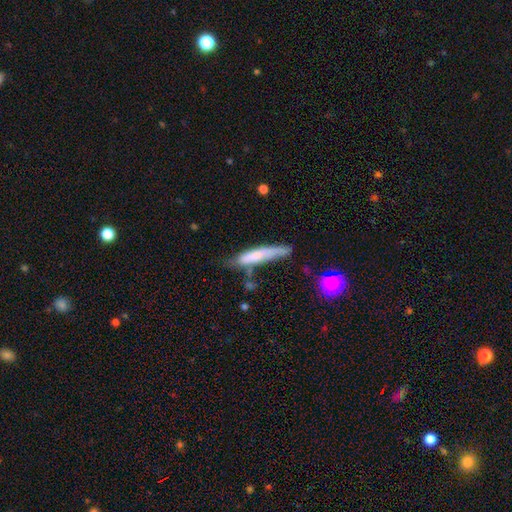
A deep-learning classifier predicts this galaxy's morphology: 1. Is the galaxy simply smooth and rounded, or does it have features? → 66% smooth, 28% featured or disk, 7% star or artifact.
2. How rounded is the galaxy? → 88% cigar-shaped, 10% in between, 2% round.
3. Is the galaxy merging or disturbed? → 49% none, 30% minor disturbance, 11% major disturbance, 9% merger.